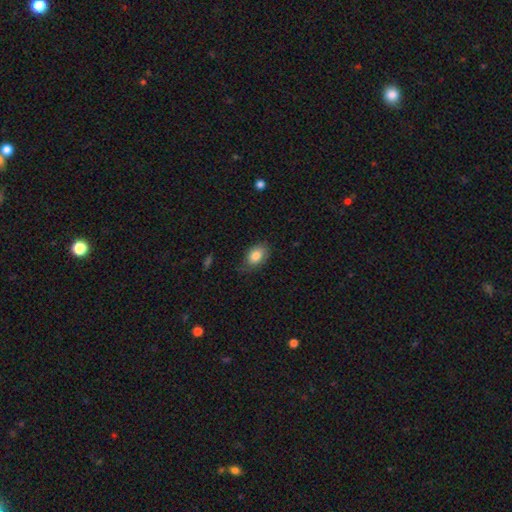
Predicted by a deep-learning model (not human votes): Morphology: type=smooth (82%); roundness=in between (86%); merging=none (68%).